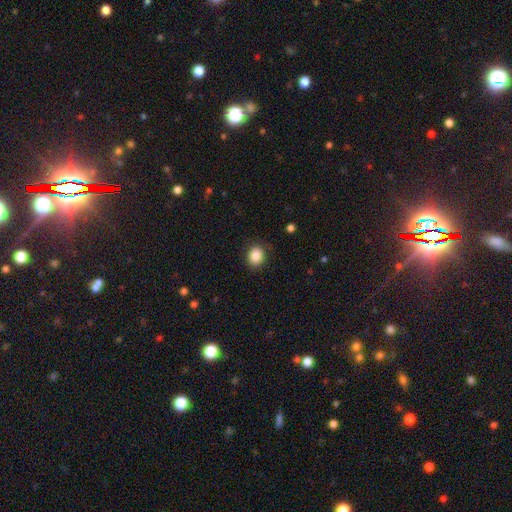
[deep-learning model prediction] Smooth or featured: smooth — 86% (star or artifact — 9%)
How rounded: round — 58% (in between — 41%)
Merging: none — 87% (minor disturbance — 10%)